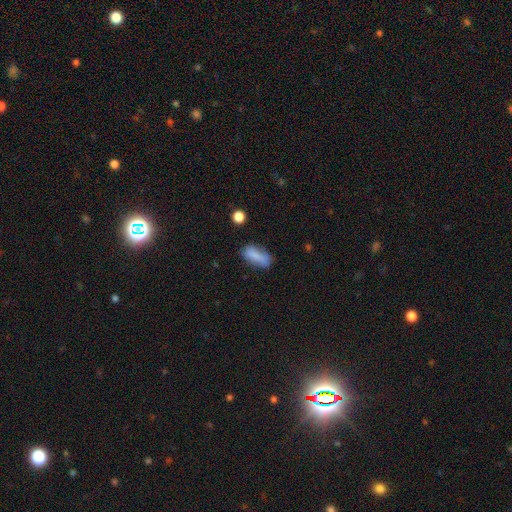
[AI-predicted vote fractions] Smooth or featured? smooth (79%)
How rounded? in between (73%)
Merging? none (58%)